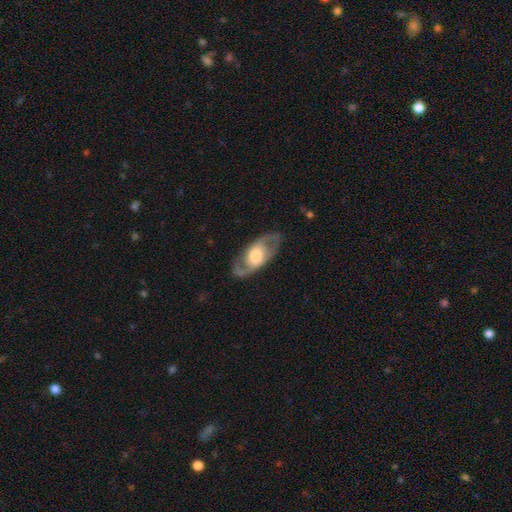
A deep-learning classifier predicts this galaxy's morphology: A featured or disk galaxy (75%) with no bar (67%), 2 (88%) medium (50%) spiral arms (78%) and a large central bulge (53%).

Vote fractions:
- Smooth or featured? featured or disk: 75% / smooth: 20% / star or artifact: 5%
- Edge-on disk? no: 89% / yes: 11%
- Bar? no: 67% / weak: 25% / strong: 8%
- Spiral arms? yes: 78% / no: 22%
- Spiral winding? medium: 50% / loose: 30% / tight: 20%
- Spiral arm count? 2: 88% / can't tell: 6% / 1: 3% / 3: 1% / 4: 1% / more than 4: 1%
- Bulge size? large: 53% / moderate: 29% / dominant: 8% / small: 7% / none: 3%
- Merging? none: 79% / minor disturbance: 13% / major disturbance: 7% / merger: 1%